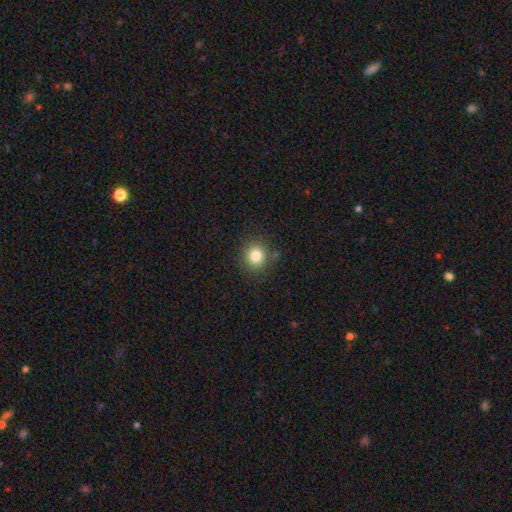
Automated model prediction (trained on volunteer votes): This appears to be a smooth galaxy with no disk features (82%) that is round (88%). Merging: none (86%).